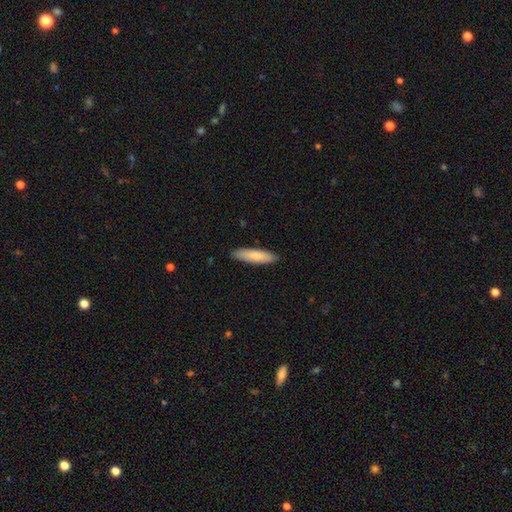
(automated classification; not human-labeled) smooth_or_featured: smooth (p=0.79) [alt: featured or disk p=0.16]
how_rounded: cigar-shaped (p=0.67) [alt: in between p=0.32]
merging: none (p=0.89) [alt: minor disturbance p=0.09]